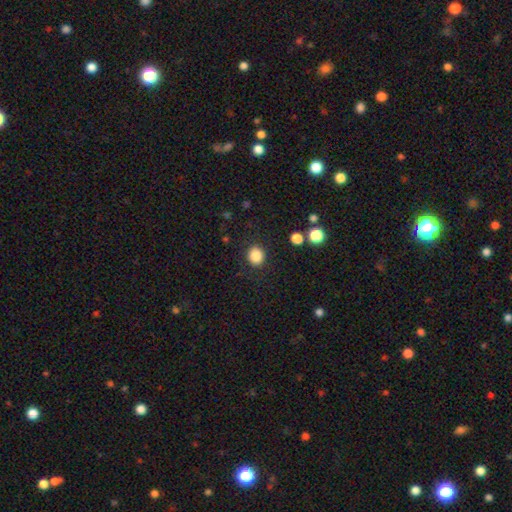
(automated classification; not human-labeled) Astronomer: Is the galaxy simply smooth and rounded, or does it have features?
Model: smooth — 86%.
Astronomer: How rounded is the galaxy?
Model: round — 75%.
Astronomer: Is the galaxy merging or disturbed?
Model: none — 88%.